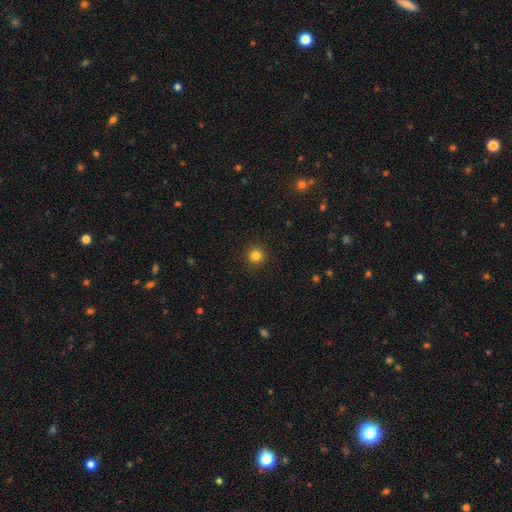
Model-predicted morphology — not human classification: type=smooth (83%); roundness=round (96%); merging=none (93%).